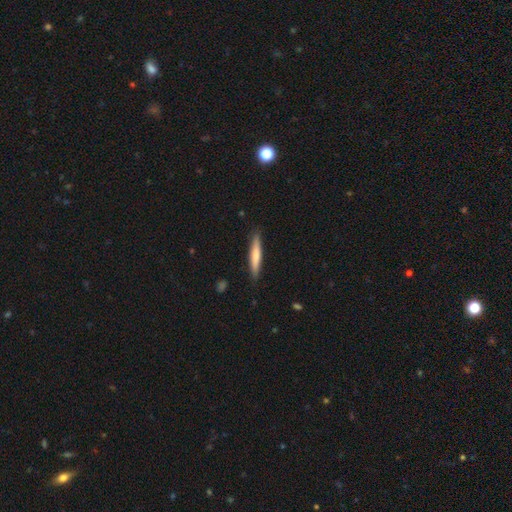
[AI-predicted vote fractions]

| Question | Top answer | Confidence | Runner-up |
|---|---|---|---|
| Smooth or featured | smooth | 67% | featured or disk (28%) |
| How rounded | cigar-shaped | 92% | in between (6%) |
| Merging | none | 89% | minor disturbance (9%) |